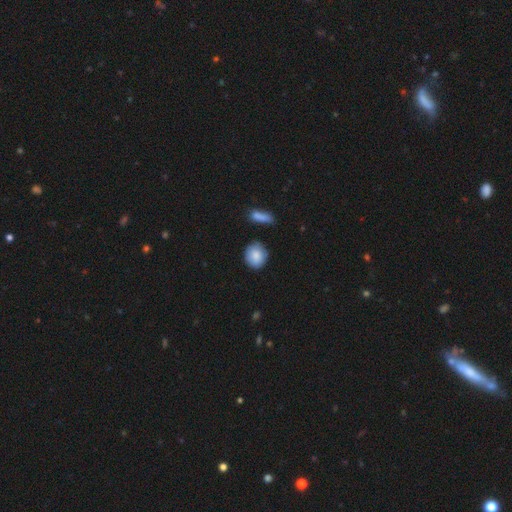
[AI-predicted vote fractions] Smooth or featured? Predicted: smooth (p=0.86). How rounded? Predicted: round (p=0.71). Merging? Predicted: none (p=0.79).